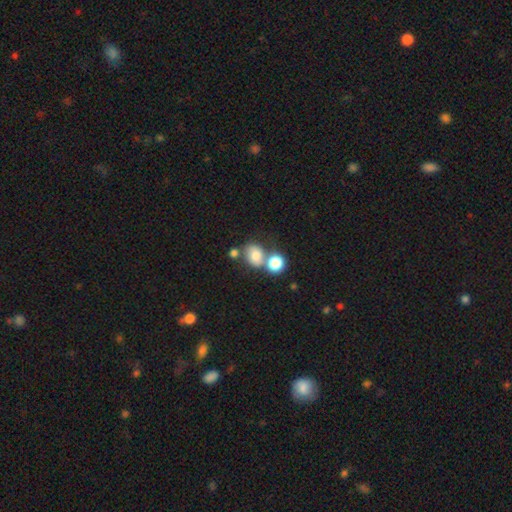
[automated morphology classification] Smooth or featured? Predicted: smooth (p=0.73). How rounded? Predicted: round (p=0.57). Merging? Predicted: none (p=0.42, tied with merger).